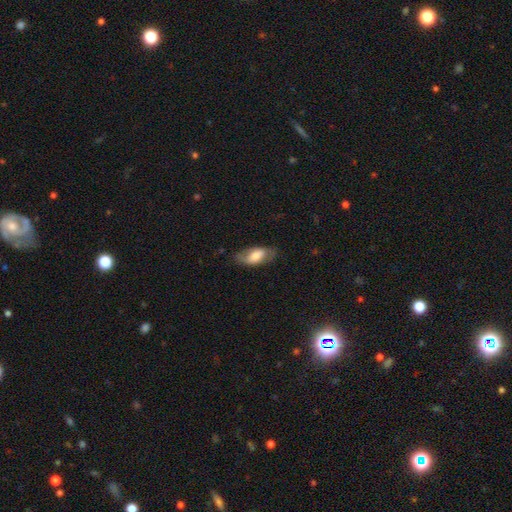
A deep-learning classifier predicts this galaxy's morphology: Smooth or featured?
  - smooth: 58% *
  - featured or disk: 35%
  - star or artifact: 7%
How rounded?
  - in between: 88% *
  - cigar-shaped: 8%
  - round: 4%
Merging?
  - none: 70% *
  - minor disturbance: 20%
  - major disturbance: 8%
  - merger: 1%